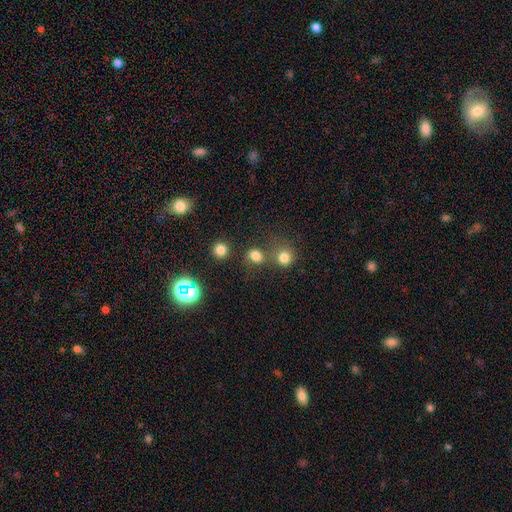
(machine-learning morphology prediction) This appears to be a smooth galaxy with no disk features (77%) that is round (70%). Merging: none (64%).